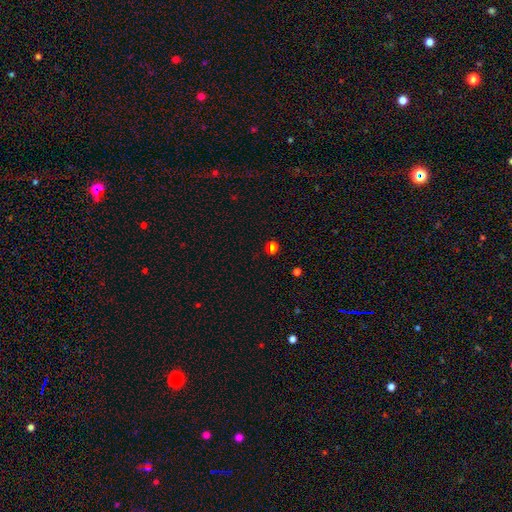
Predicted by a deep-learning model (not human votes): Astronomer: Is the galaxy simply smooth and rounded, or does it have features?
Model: smooth — 49% (runner-up: star or artifact, 45%).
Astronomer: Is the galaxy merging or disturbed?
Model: none — 81%.